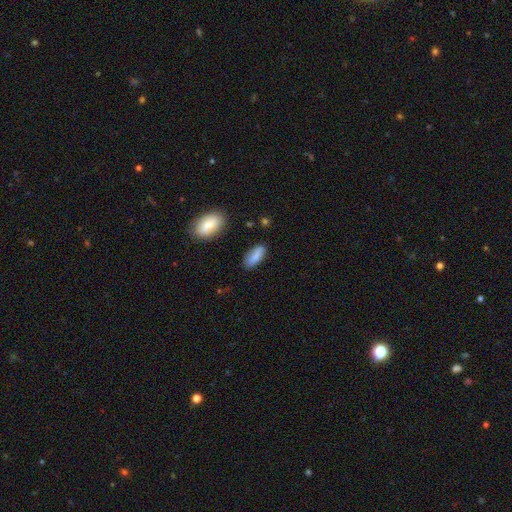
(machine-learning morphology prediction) smooth-or-featured: smooth: 83% | featured or disk: 10% | star or artifact: 7%
  how-rounded: in between: 80% | cigar-shaped: 18% | round: 2%
  merging: none: 78% | minor disturbance: 16% | major disturbance: 4% | merger: 3%